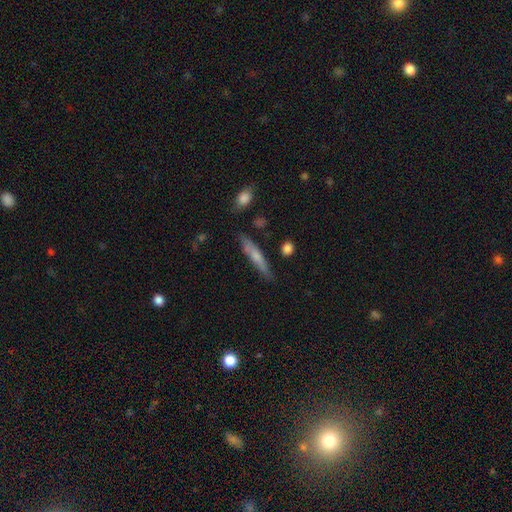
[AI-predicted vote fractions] Overall: smooth (59%; featured or disk 35%). How rounded: cigar-shaped (88%). Merging: none (78%).